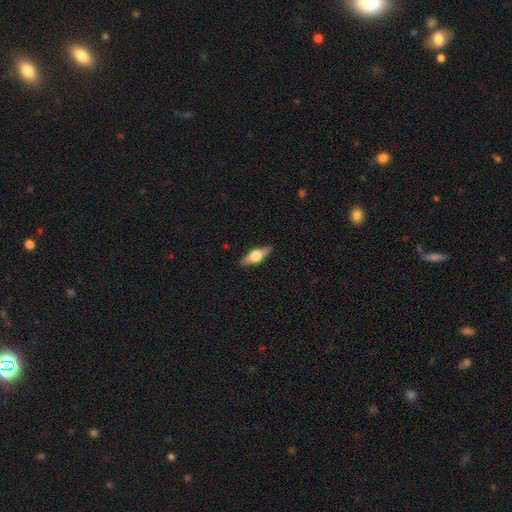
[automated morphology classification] Smooth or featured?
  - featured or disk: 61% *
  - smooth: 33%
  - star or artifact: 7%
Edge-on disk?
  - yes: 95% *
  - no: 5%
Edge-on bulge?
  - rounded: 94% *
  - boxy: 5%
  - none: 1%
Merging?
  - none: 88% *
  - minor disturbance: 9%
  - major disturbance: 2%
  - merger: 1%